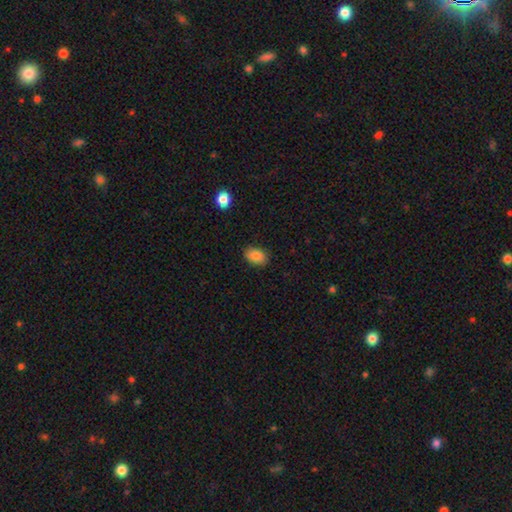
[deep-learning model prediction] This appears to be a smooth galaxy with no disk features (87%) that is in between round and cigar-shaped (85%). Merging: none (86%).